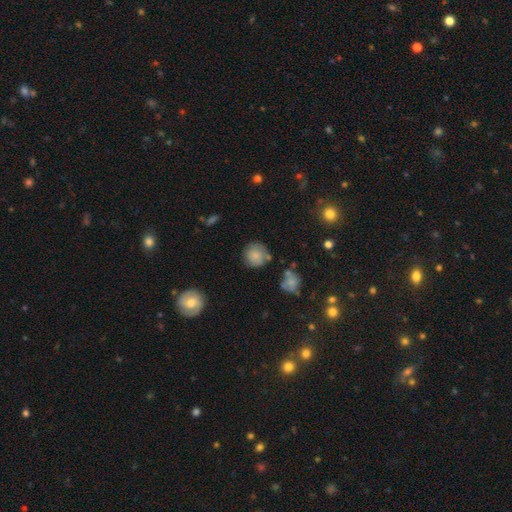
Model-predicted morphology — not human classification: A smooth galaxy with no disk features (74%) that is round (89%).

Vote fractions:
- Smooth or featured? smooth: 74% / featured or disk: 17% / star or artifact: 9%
- How rounded? round: 89% / in between: 10% / cigar-shaped: 1%
- Merging? none: 68% / minor disturbance: 20% / major disturbance: 6% / merger: 6%